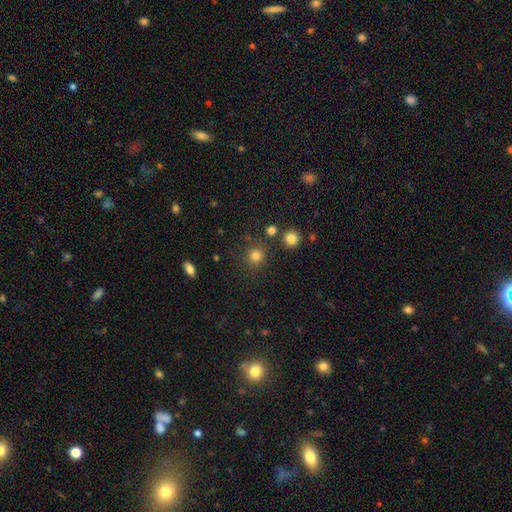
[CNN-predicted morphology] type=smooth (81%); roundness=round (91%); merging=none (83%).